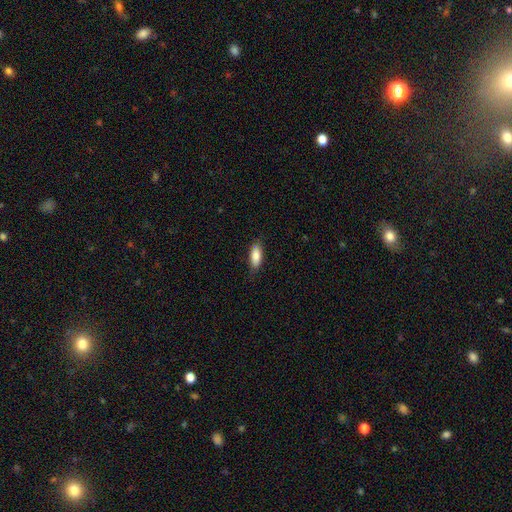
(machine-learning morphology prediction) type=smooth (83%); roundness=in between (78%); merging=none (80%).